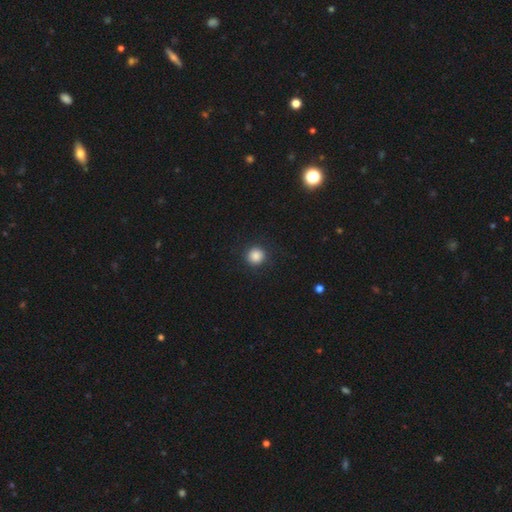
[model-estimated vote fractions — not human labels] This appears to be a smooth galaxy with no disk features (86%) that is round (94%). Merging: none (90%).